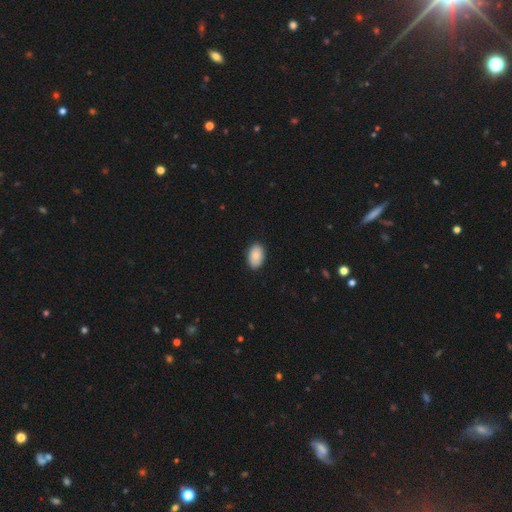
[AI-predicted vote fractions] Smooth or featured?
  - smooth: 88% *
  - star or artifact: 7%
  - featured or disk: 6%
How rounded?
  - in between: 90% *
  - round: 9%
  - cigar-shaped: 1%
Merging?
  - none: 89% *
  - minor disturbance: 9%
  - major disturbance: 2%
  - merger: 1%